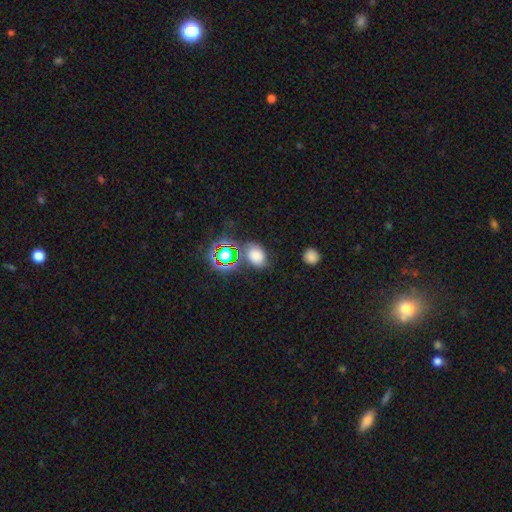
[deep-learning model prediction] The model was most divided on "how rounded": in between: 69%, round: 30%, cigar-shaped: 1%. More confident: merging — none (71%); smooth or featured — smooth (70%).